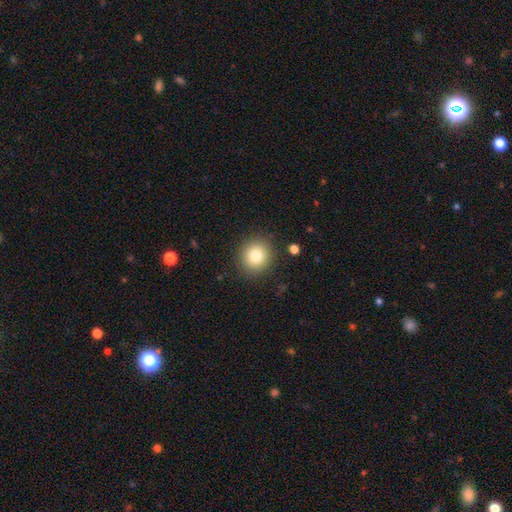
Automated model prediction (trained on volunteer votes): A smooth galaxy with no disk features (80%) that is round (87%). Merging: none (88%).